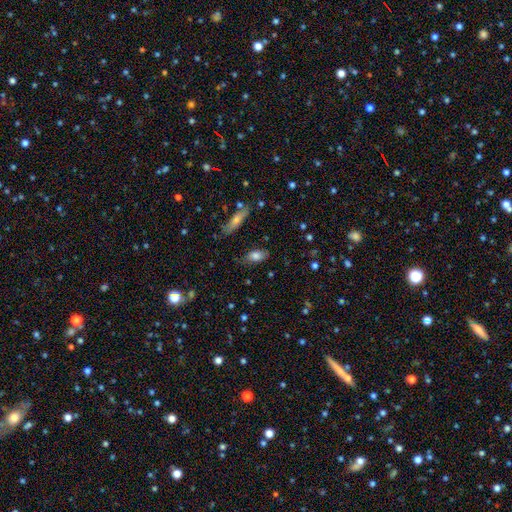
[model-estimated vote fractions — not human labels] Q: Smooth or featured?
A: smooth (76%); runner-up: featured or disk (15%)
Q: How rounded?
A: in between (85%); runner-up: cigar-shaped (10%)
Q: Merging?
A: none (75%); runner-up: minor disturbance (18%)